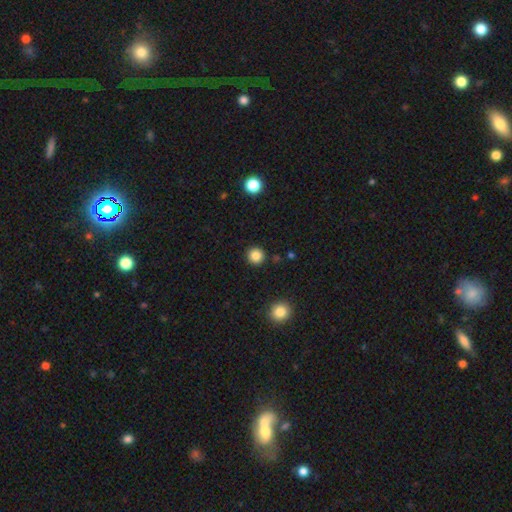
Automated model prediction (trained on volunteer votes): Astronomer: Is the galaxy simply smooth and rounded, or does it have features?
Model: smooth — 85%.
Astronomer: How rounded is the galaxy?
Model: round — 94%.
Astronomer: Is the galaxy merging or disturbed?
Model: none — 92%.